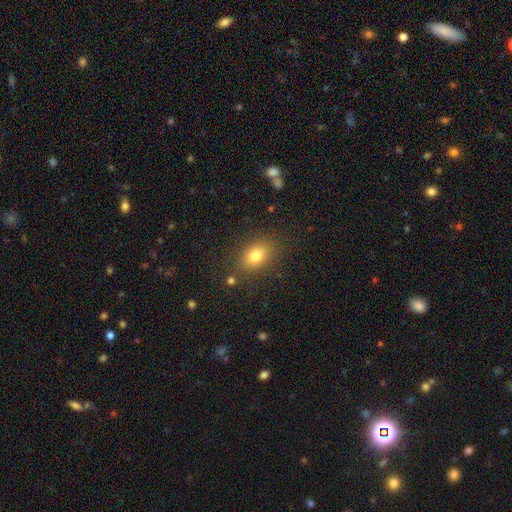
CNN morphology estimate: Smooth or featured?
  - smooth: 78% *
  - star or artifact: 12%
  - featured or disk: 10%
How rounded?
  - in between: 73% *
  - round: 25%
  - cigar-shaped: 2%
Merging?
  - none: 82% *
  - minor disturbance: 11%
  - major disturbance: 4%
  - merger: 3%